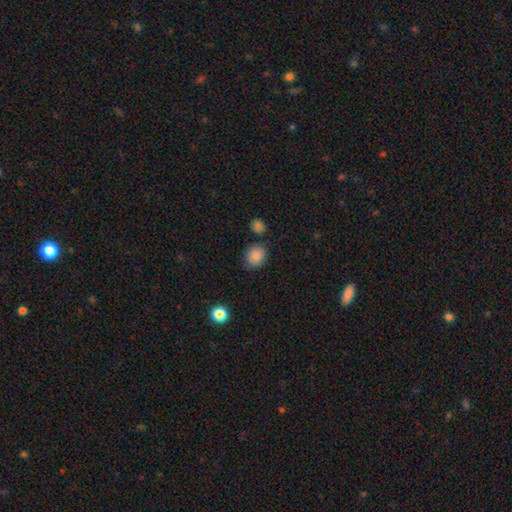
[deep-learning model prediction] Smooth or featured: smooth — 87% (star or artifact — 9%)
How rounded: round — 68% (in between — 31%)
Merging: none — 78% (minor disturbance — 14%)